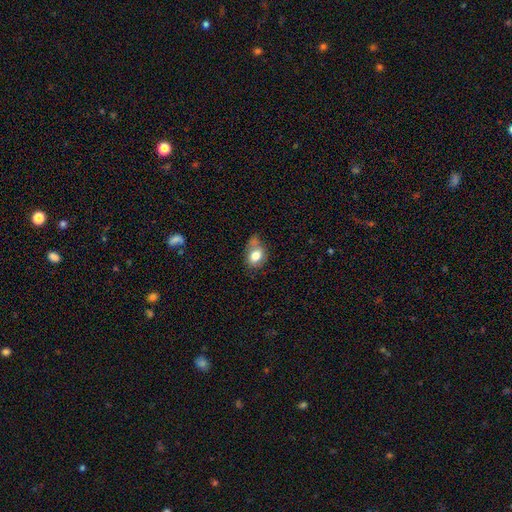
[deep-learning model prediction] This is likely a smooth galaxy (78%). How rounded: likely in between (68%). Merging: marginally none (45%).